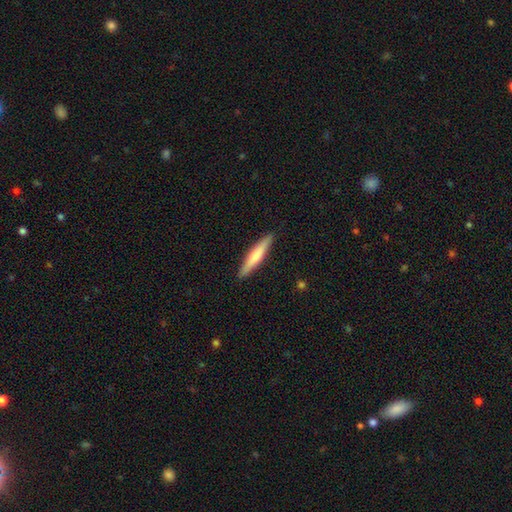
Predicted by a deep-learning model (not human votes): smooth-or-featured: smooth: 59% | featured or disk: 36% | star or artifact: 5%
  how-rounded: cigar-shaped: 90% | in between: 9% | round: 1%
  merging: none: 91% | minor disturbance: 7% | major disturbance: 1% | merger: 1%